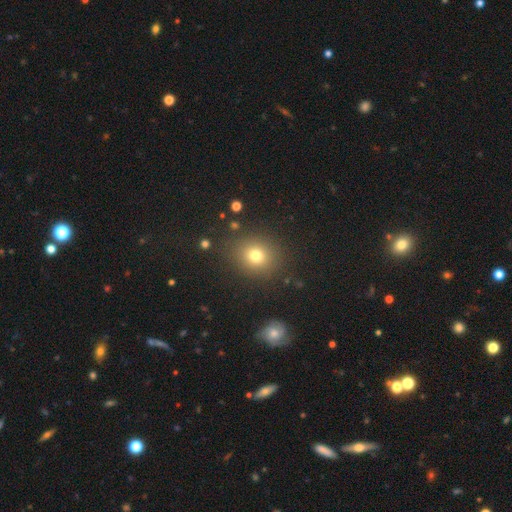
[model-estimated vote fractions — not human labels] Q: Smooth or featured?
A: smooth (75%); runner-up: star or artifact (16%)
Q: How rounded?
A: round (75%); runner-up: in between (24%)
Q: Merging?
A: none (85%); runner-up: minor disturbance (9%)